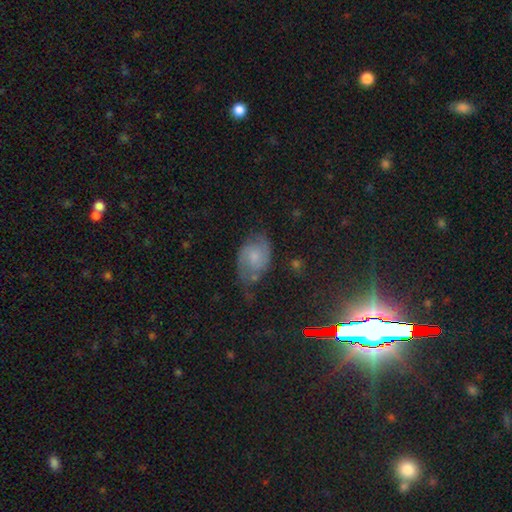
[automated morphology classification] Smooth or featured? Predicted: featured or disk (p=0.58). Edge-on disk? Predicted: no (p=0.97). Bar? Predicted: no (p=0.60). Spiral arms? Predicted: yes (p=0.87). Bulge size? Predicted: small (p=0.48). Merging? Predicted: none (p=0.44).